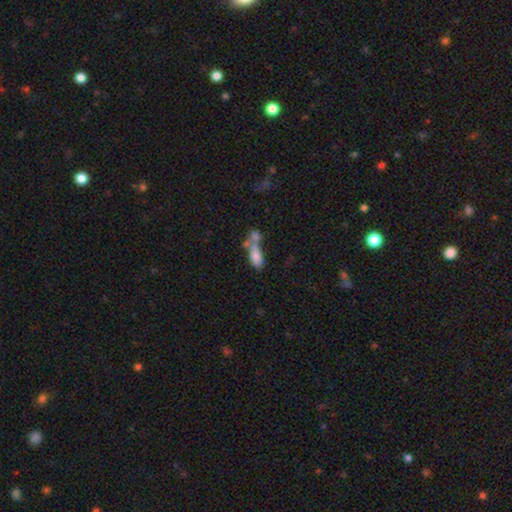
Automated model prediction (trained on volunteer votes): This appears to be a smooth galaxy with no disk features (74%) that is in between round and cigar-shaped (78%). Merging: merger (55%).